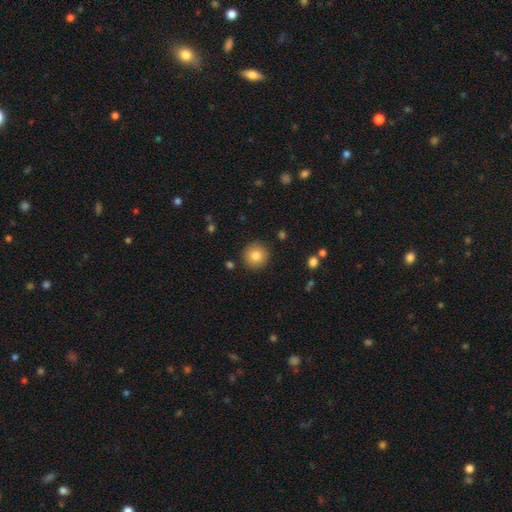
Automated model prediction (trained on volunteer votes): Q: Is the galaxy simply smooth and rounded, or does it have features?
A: smooth — 83%.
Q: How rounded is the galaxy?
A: round — 95%.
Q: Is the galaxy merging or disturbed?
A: none — 90%.